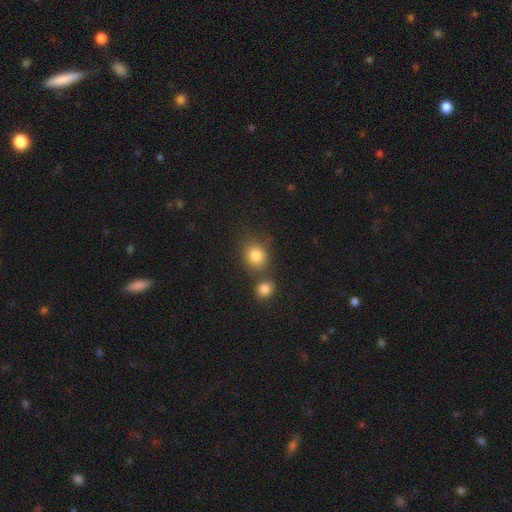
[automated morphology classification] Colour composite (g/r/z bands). It shows a smooth galaxy with no disk features (83%) that is round (74%). Merging: none (60%).